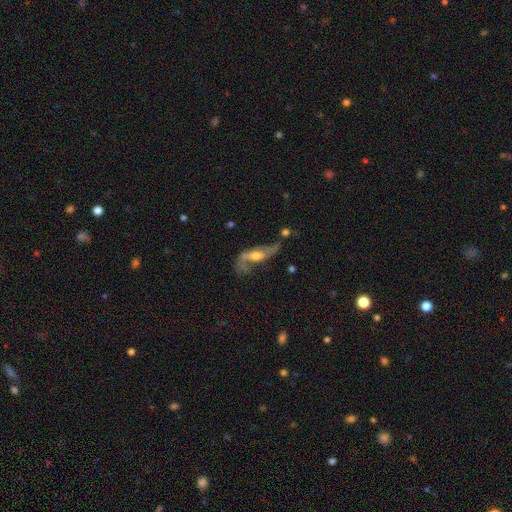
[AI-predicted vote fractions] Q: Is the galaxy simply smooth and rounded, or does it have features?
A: featured or disk — 73%.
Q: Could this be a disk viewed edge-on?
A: no — 78%.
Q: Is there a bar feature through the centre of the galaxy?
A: no — 43%.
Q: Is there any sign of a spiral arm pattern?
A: yes — 79%.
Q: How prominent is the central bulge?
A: moderate — 64%.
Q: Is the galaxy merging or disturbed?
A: none — 36%.